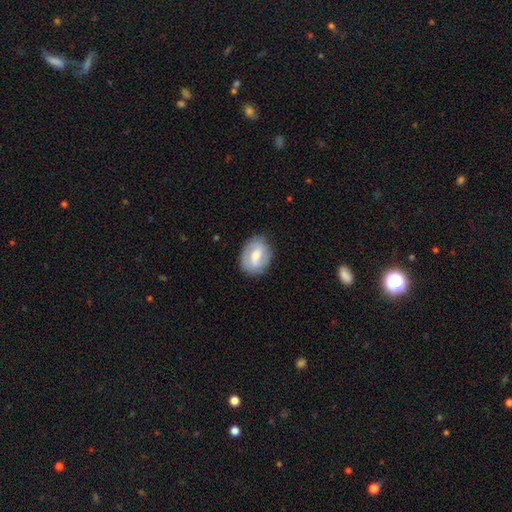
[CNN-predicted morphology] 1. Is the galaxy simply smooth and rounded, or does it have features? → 49% smooth, 45% featured or disk, 6% star or artifact.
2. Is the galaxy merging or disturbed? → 78% none, 16% minor disturbance, 5% major disturbance, 1% merger.